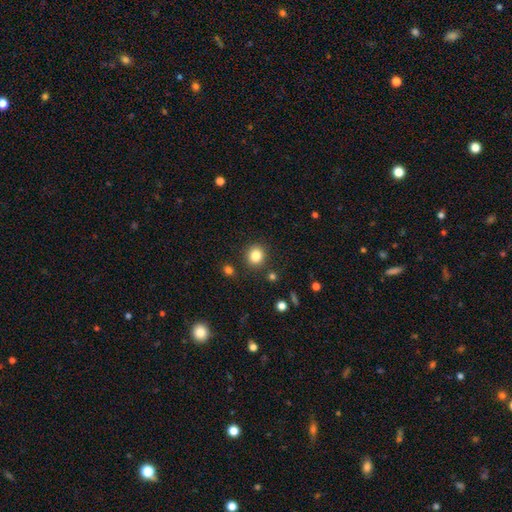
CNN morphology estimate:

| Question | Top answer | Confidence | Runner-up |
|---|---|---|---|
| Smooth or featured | smooth | 84% | star or artifact (11%) |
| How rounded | round | 83% | in between (16%) |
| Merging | none | 87% | minor disturbance (7%) |